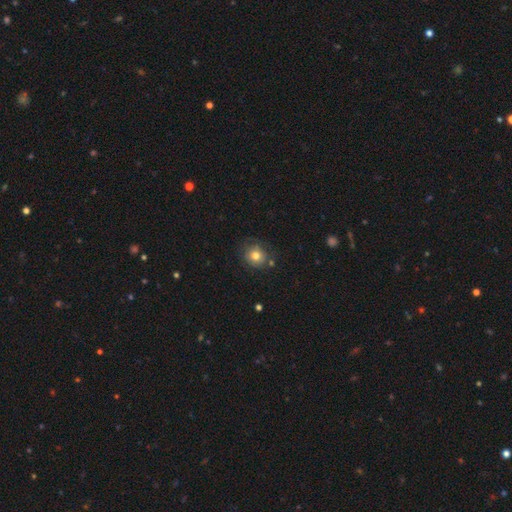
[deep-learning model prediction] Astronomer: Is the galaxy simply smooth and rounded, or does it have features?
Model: smooth — 76%.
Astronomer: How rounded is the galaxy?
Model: round — 80%.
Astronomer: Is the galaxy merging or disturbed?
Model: none — 74%.